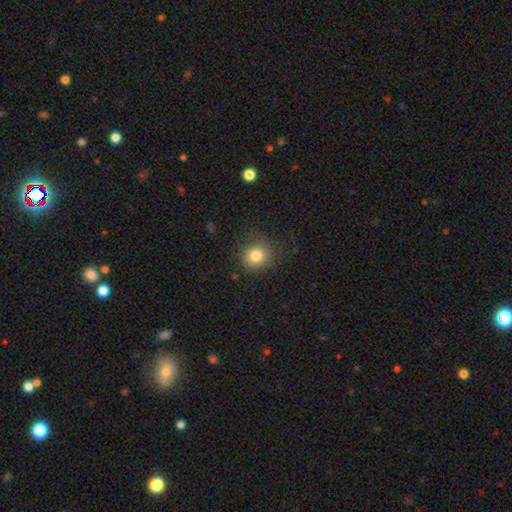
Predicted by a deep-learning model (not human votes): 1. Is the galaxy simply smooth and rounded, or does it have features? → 80% smooth, 12% star or artifact, 8% featured or disk.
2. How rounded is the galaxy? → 84% round, 15% in between, 1% cigar-shaped.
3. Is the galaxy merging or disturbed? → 80% none, 13% minor disturbance, 5% major disturbance, 1% merger.